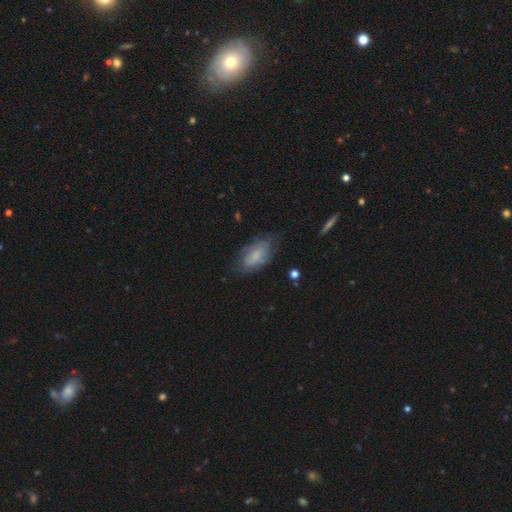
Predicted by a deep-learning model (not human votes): Smooth or featured: smooth — 63% (featured or disk — 29%)
How rounded: in between — 91% (cigar-shaped — 5%)
Merging: none — 58% (minor disturbance — 28%)